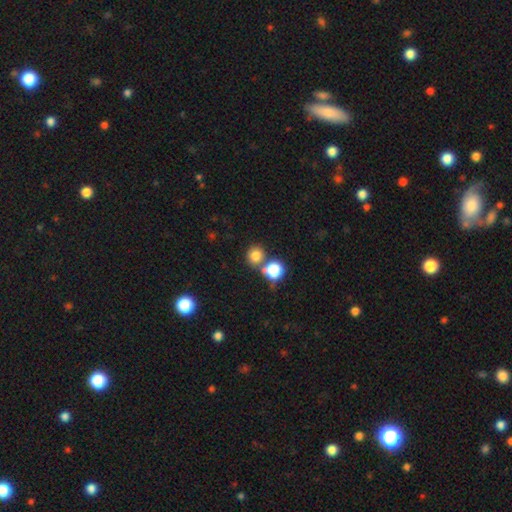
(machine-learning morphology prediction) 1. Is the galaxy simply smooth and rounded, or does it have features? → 78% smooth, 14% star or artifact, 8% featured or disk.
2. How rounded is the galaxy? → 84% round, 15% in between, 1% cigar-shaped.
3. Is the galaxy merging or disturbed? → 58% none, 30% merger, 8% minor disturbance, 3% major disturbance.